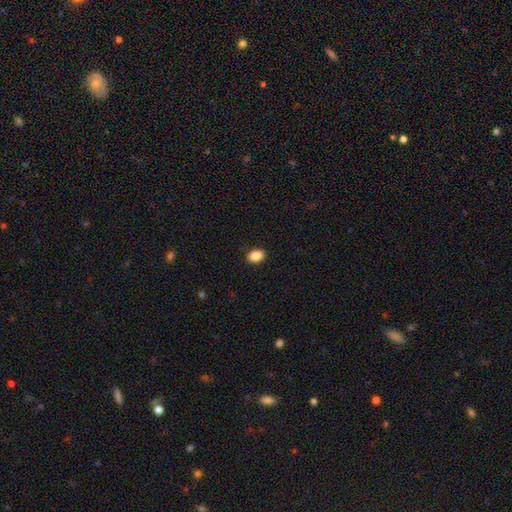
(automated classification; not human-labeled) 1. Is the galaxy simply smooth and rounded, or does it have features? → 88% smooth, 8% star or artifact, 4% featured or disk.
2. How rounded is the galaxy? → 80% in between, 19% round, 1% cigar-shaped.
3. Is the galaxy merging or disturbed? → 89% none, 8% minor disturbance, 2% major disturbance, 1% merger.